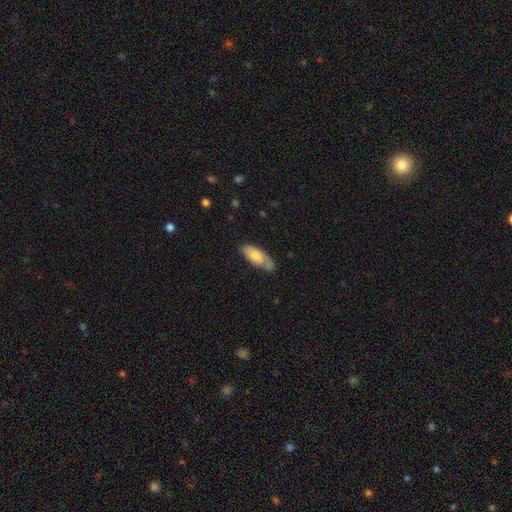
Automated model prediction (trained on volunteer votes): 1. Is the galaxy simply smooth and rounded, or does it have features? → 68% smooth, 26% featured or disk, 6% star or artifact.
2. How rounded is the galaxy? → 81% in between, 17% cigar-shaped, 2% round.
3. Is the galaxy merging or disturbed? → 53% none, 31% minor disturbance, 10% major disturbance, 6% merger.